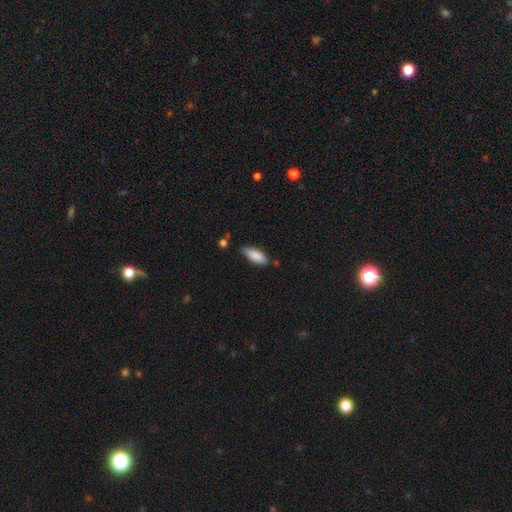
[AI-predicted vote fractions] Smooth or featured? smooth (87%)
How rounded? in between (79%)
Merging? none (73%)